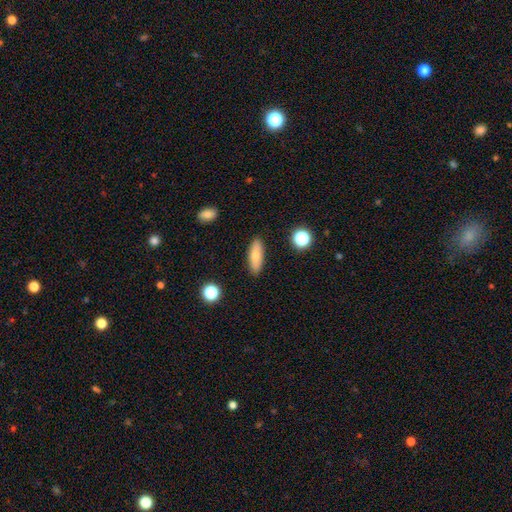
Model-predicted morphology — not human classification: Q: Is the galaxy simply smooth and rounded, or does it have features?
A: smooth — 75%.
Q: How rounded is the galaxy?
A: in between — 51%.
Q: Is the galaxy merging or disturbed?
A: none — 88%.